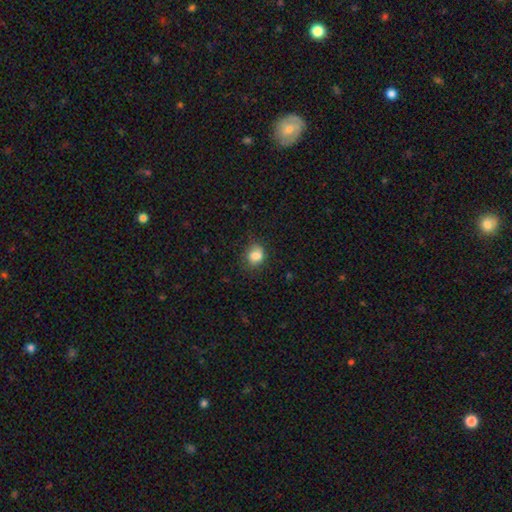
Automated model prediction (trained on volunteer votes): Morphology: type=smooth (82%); roundness=round (65%); merging=none (67%).